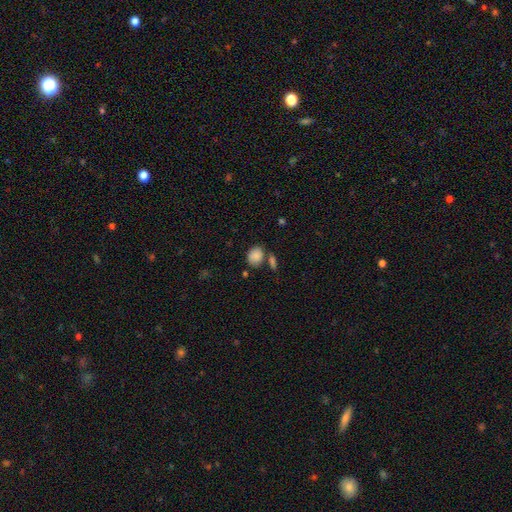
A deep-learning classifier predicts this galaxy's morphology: Smooth or featured? Predicted: smooth (p=0.86). How rounded? Predicted: round (p=0.51). Merging? Predicted: none (p=0.65).